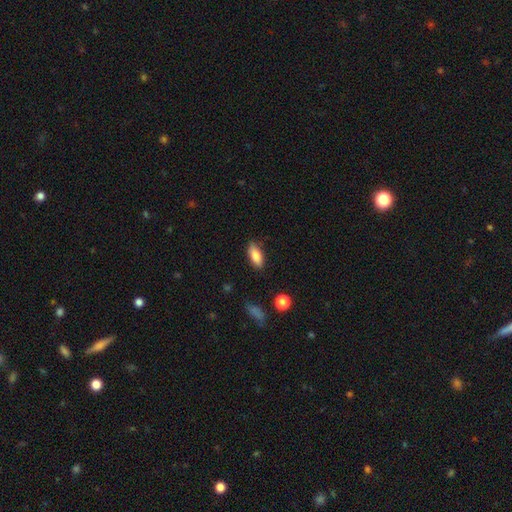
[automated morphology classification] This appears to be a smooth galaxy with no disk features (82%) that is in between round and cigar-shaped (82%). Merging: none (82%).